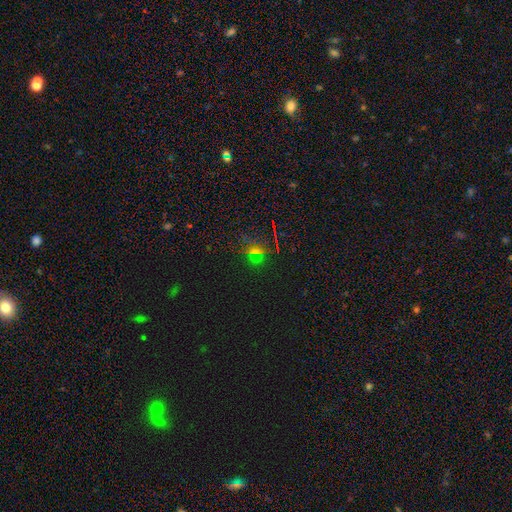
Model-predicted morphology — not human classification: This appears to be a star or artifact, not a galaxy (59%).